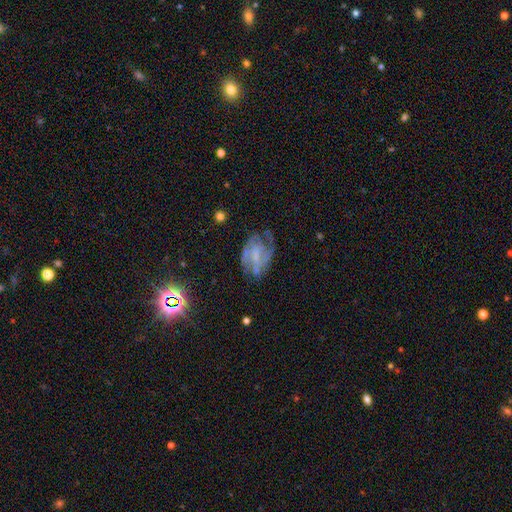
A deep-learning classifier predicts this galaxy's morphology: A featured or disk galaxy (71%) with a weak bar (48%), 2 (42%) medium (44%) spiral arms (80%) and a small central bulge (46%).

Vote fractions:
- Smooth or featured? featured or disk: 71% / smooth: 18% / star or artifact: 11%
- Edge-on disk? no: 96% / yes: 4%
- Bar? weak: 48% / no: 33% / strong: 19%
- Spiral arms? yes: 80% / no: 20%
- Spiral winding? medium: 44% / tight: 37% / loose: 19%
- Spiral arm count? 2: 42% / can't tell: 33% / 3: 12% / 1: 7% / 4: 3% / more than 4: 3%
- Bulge size? small: 46% / none: 28% / moderate: 22% / large: 3% / dominant: 1%
- Merging? none: 54% / minor disturbance: 25% / major disturbance: 19% / merger: 3%